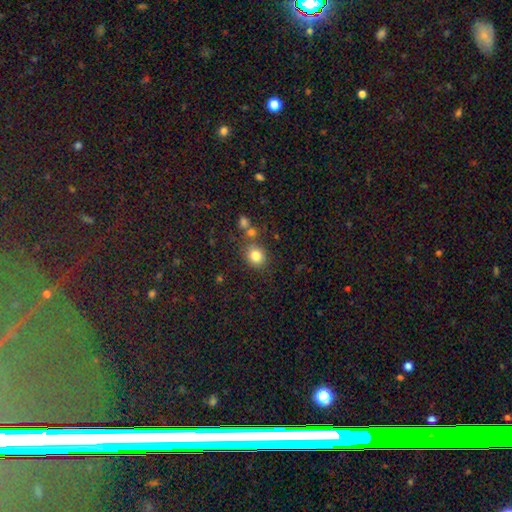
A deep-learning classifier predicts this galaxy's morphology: smooth 82%, star or artifact 12%, featured or disk 6%. Down the decision tree: how rounded — round (75%); merging — none (74%).